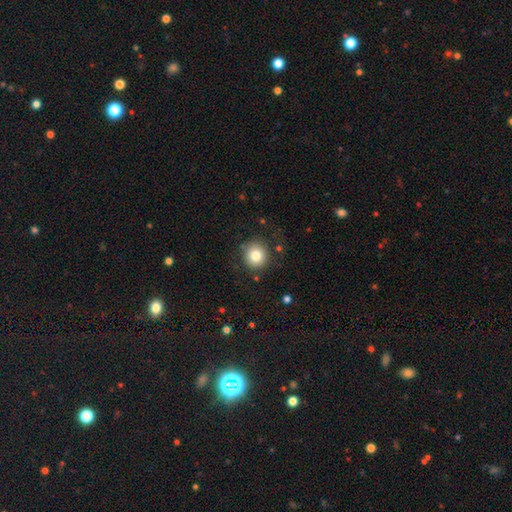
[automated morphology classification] This appears to be a smooth galaxy with no disk features (81%) that is round (91%). Merging: none (86%).